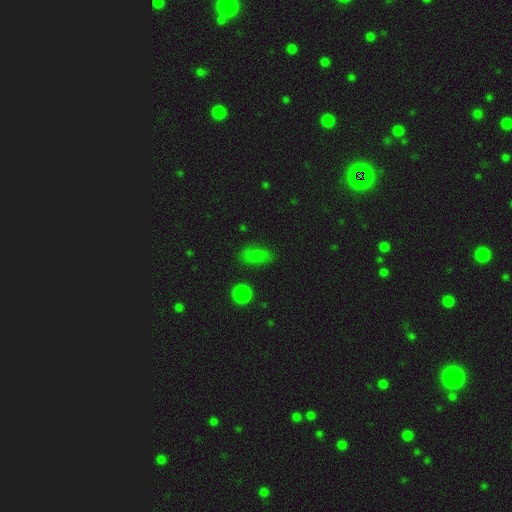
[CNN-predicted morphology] Q: Smooth or featured?
A: smooth (77%); runner-up: star or artifact (15%)
Q: How rounded?
A: in between (87%); runner-up: round (8%)
Q: Merging?
A: none (77%); runner-up: minor disturbance (16%)